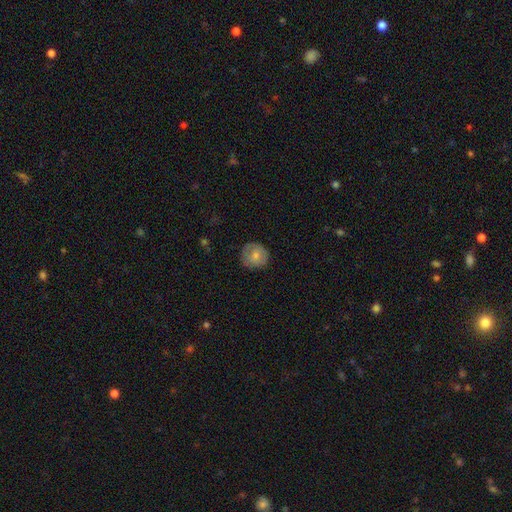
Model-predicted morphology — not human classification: smooth 71%, featured or disk 22%, star or artifact 7%. Down the decision tree: how rounded — round (89%); merging — none (78%).